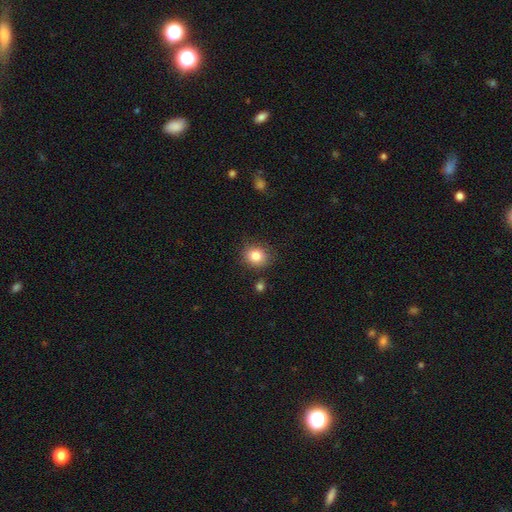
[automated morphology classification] A smooth galaxy with no disk features (83%) that is round (79%).

Vote fractions:
- Smooth or featured? smooth: 83% / star or artifact: 10% / featured or disk: 6%
- How rounded? round: 79% / in between: 20% / cigar-shaped: 1%
- Merging? none: 82% / minor disturbance: 11% / merger: 4% / major disturbance: 3%